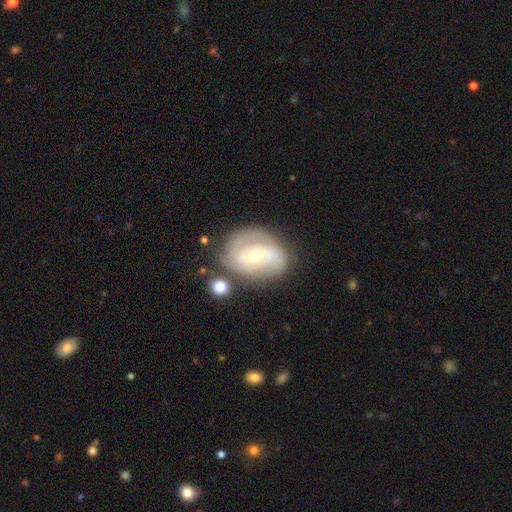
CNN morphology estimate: featured or disk 78%, smooth 16%, star or artifact 6%. Down the decision tree: edge-on disk — no (96%); bar — weak (45%); spiral arms — yes (86%); spiral arm count — 2 (53%); spiral winding — tight (49%); bulge size — moderate (59%); merging — none (67%).